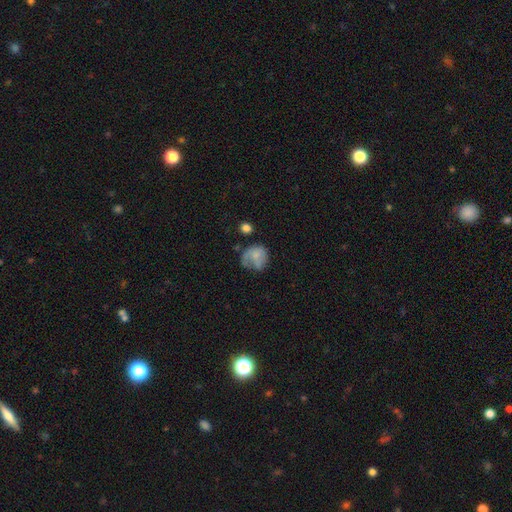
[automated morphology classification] Smooth or featured: smooth — 61% (featured or disk — 29%)
How rounded: round — 69% (in between — 30%)
Merging: none — 38% (minor disturbance — 29%)